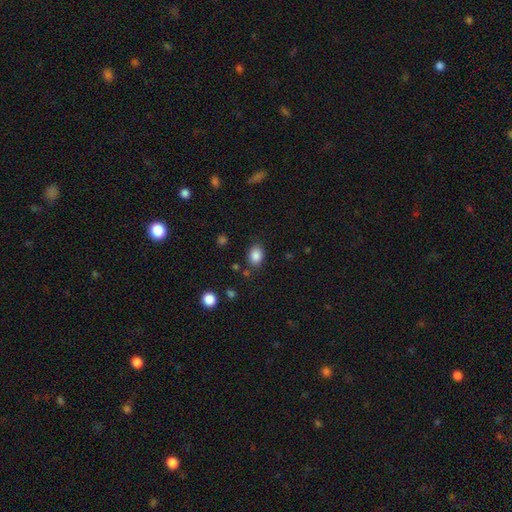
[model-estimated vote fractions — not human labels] This appears to be a smooth galaxy with no disk features (86%) that is in between round and cigar-shaped (65%). Merging: none (80%).